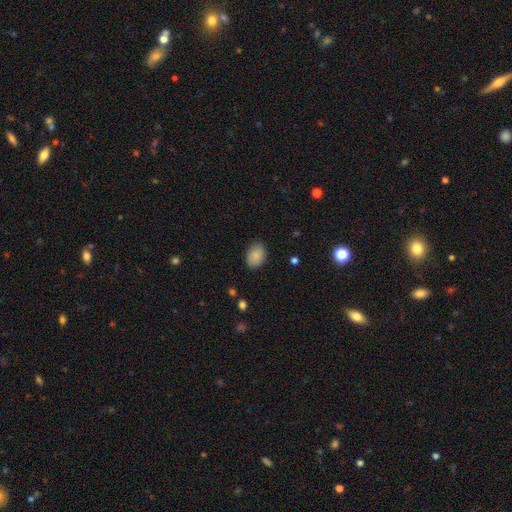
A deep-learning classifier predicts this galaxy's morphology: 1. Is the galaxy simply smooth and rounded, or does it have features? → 86% smooth, 7% star or artifact, 6% featured or disk.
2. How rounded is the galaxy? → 80% in between, 19% round, 1% cigar-shaped.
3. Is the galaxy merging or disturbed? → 82% none, 14% minor disturbance, 3% major disturbance, 1% merger.